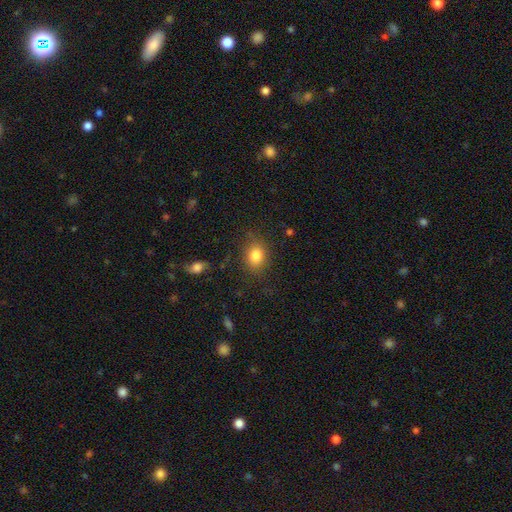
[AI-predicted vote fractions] Morphology: type=smooth (83%); roundness=in between (58%); merging=none (79%).